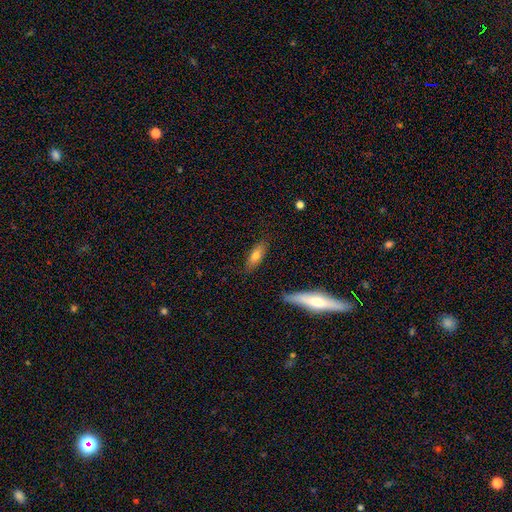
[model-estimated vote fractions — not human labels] smooth-or-featured: smooth: 71% | featured or disk: 22% | star or artifact: 7%
  how-rounded: in between: 63% | cigar-shaped: 35% | round: 3%
  merging: none: 82% | minor disturbance: 13% | major disturbance: 3% | merger: 2%